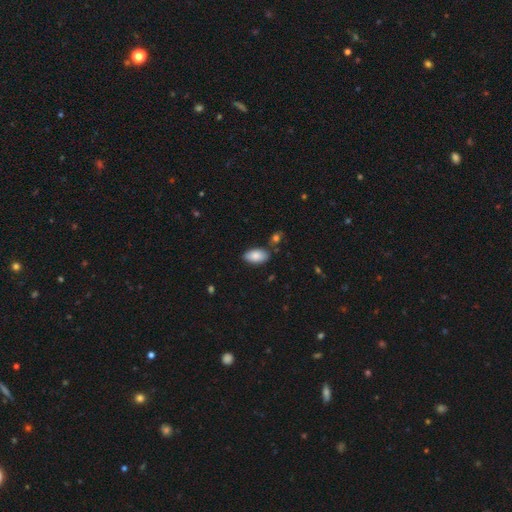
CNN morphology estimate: smooth_or_featured: smooth (p=0.85) [alt: featured or disk p=0.08]
how_rounded: in between (p=0.95) [alt: round p=0.03]
merging: none (p=0.81) [alt: minor disturbance p=0.13]